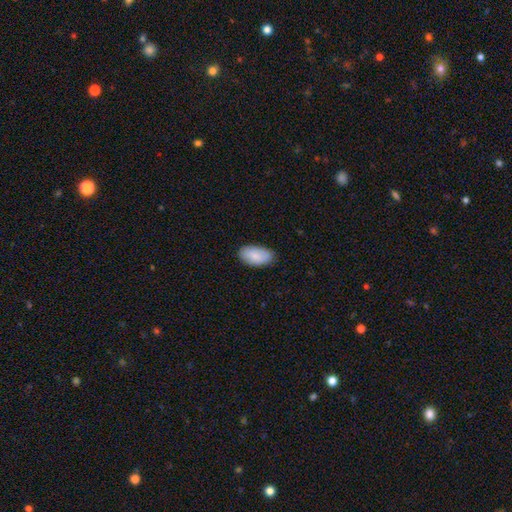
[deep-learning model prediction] This is clearly a smooth galaxy (84%). How rounded: clearly in between (95%). Merging: clearly none (82%).